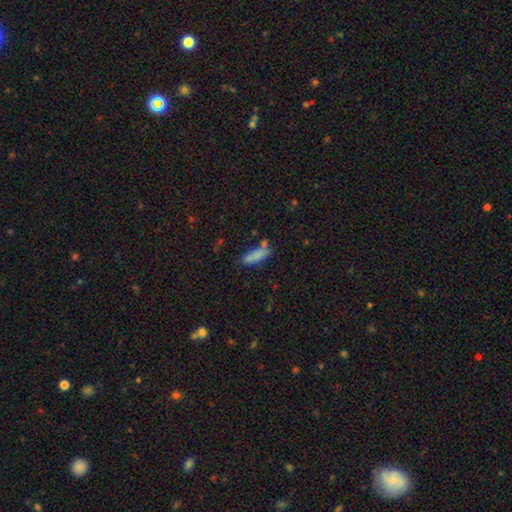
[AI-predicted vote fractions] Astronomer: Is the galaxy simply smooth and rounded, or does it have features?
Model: smooth — 78%.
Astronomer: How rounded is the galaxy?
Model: in between — 59% (runner-up: cigar-shaped, 39%).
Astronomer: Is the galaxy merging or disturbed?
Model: none — 57%.